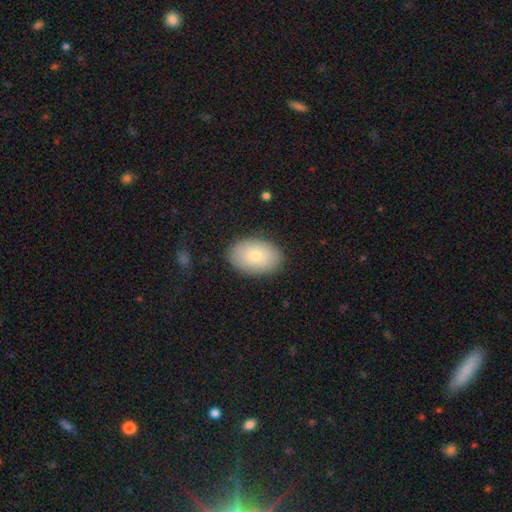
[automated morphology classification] Smooth or featured?
  - smooth: 77% *
  - featured or disk: 16%
  - star or artifact: 7%
How rounded?
  - in between: 87% *
  - round: 12%
  - cigar-shaped: 1%
Merging?
  - none: 86% *
  - minor disturbance: 10%
  - major disturbance: 3%
  - merger: 1%